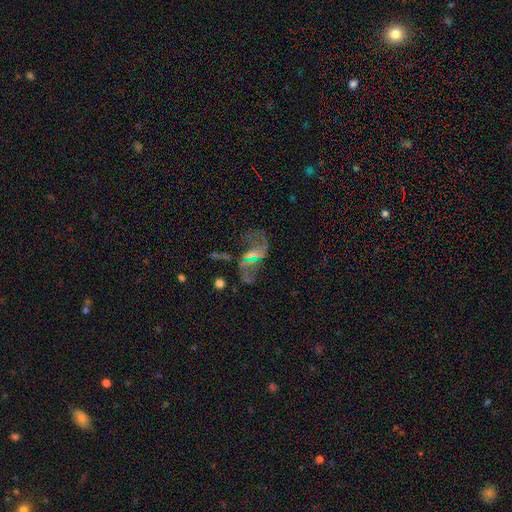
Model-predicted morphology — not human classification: type=featured or disk (70%); edge-on=no (94%); bar=weak (47%); spiral arms=yes (74%); bulge=small (52%); merging=none (41%).